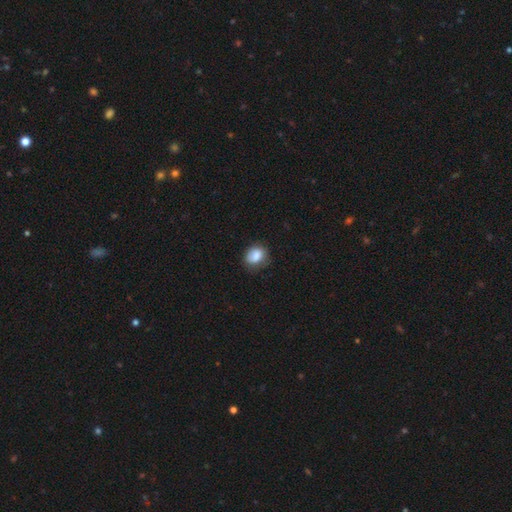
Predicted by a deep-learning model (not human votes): smooth_or_featured: smooth (p=0.83) [alt: featured or disk p=0.09]
how_rounded: in between (p=0.51) [alt: round p=0.48]
merging: none (p=0.63) [alt: minor disturbance p=0.27]